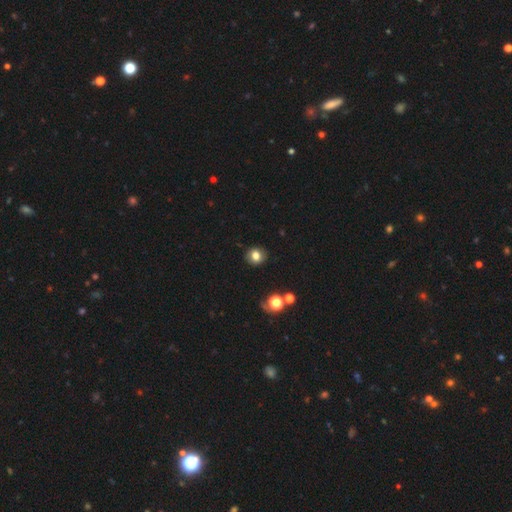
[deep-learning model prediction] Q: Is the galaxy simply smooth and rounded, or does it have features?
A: smooth — 79%.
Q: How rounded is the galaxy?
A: round — 81%.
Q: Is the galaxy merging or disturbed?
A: none — 87%.